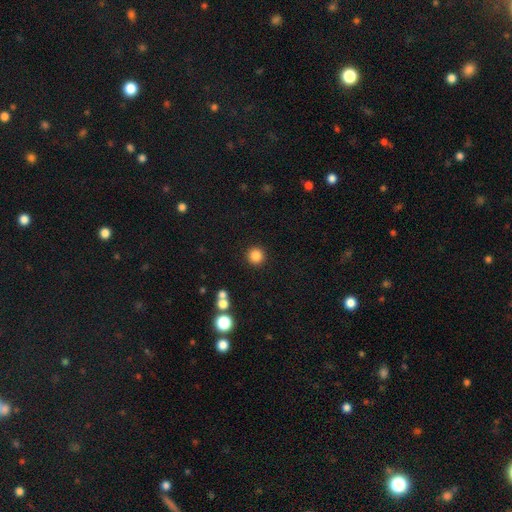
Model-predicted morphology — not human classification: Smooth or featured? Predicted: smooth (p=0.85). How rounded? Predicted: round (p=0.95). Merging? Predicted: none (p=0.92).